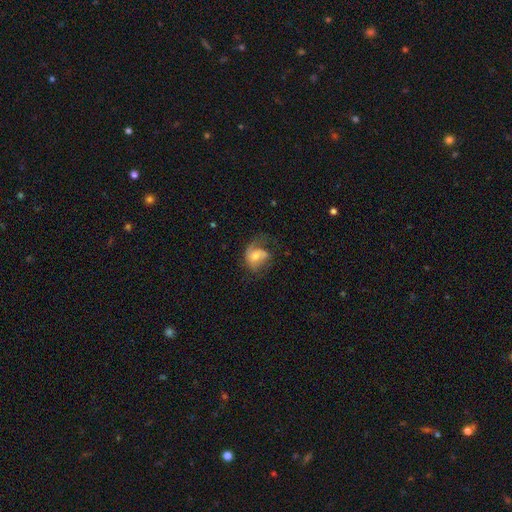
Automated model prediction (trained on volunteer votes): A featured or disk galaxy (50%).

Vote fractions:
- Smooth or featured? featured or disk: 50% / smooth: 41% / star or artifact: 8%
- Edge-on disk? no: 97% / yes: 3%
- Merging? none: 38% / major disturbance: 31% / minor disturbance: 26% / merger: 4%